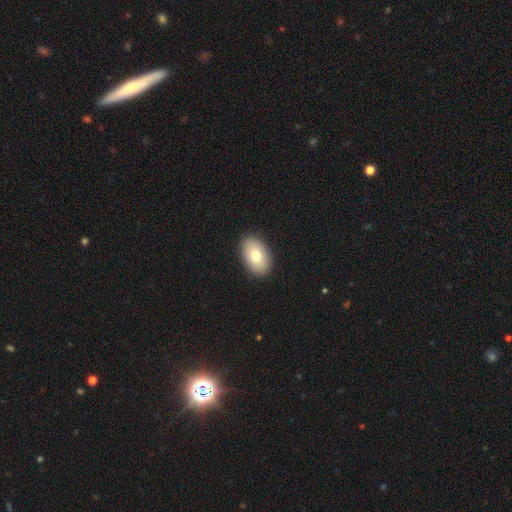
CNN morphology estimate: smooth-or-featured: smooth: 76% | featured or disk: 17% | star or artifact: 7%
  how-rounded: in between: 91% | round: 7% | cigar-shaped: 1%
  merging: none: 90% | minor disturbance: 8% | major disturbance: 2% | merger: 1%